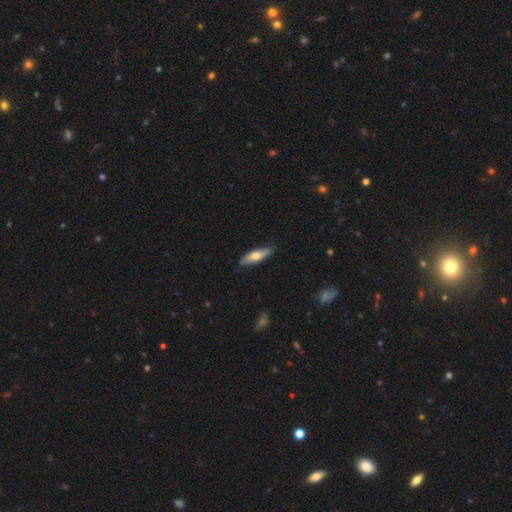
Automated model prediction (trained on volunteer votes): A smooth galaxy with no disk features (62%) that is cigar-shaped (60%).

Vote fractions:
- Smooth or featured? smooth: 62% / featured or disk: 33% / star or artifact: 5%
- How rounded? cigar-shaped: 60% / in between: 38% / round: 2%
- Merging? none: 82% / minor disturbance: 15% / major disturbance: 2% / merger: 1%